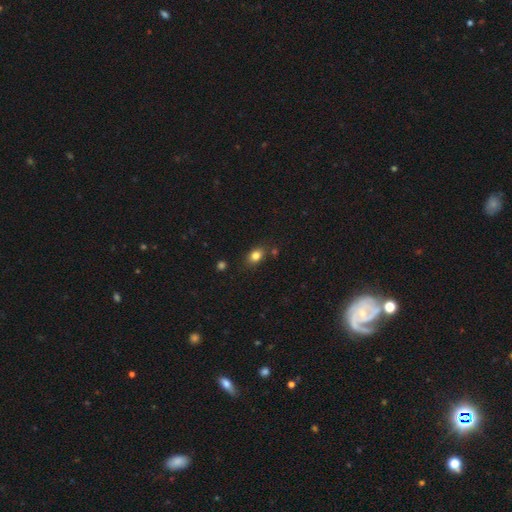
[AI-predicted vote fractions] Smooth or featured: smooth — 81% (star or artifact — 11%)
How rounded: in between — 75% (round — 24%)
Merging: none — 78% (minor disturbance — 14%)